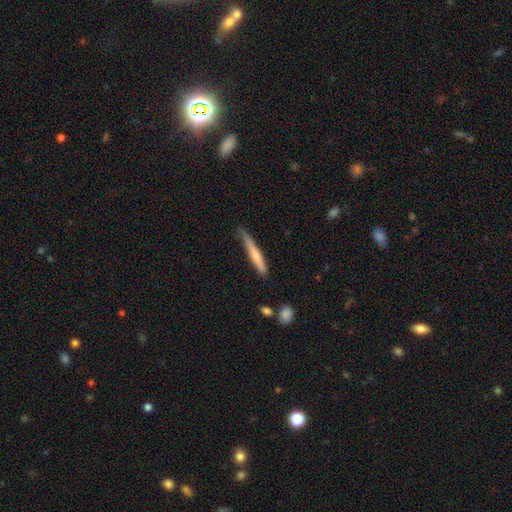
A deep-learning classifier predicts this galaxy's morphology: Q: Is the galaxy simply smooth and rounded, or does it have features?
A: smooth — 62%.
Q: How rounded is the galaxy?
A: cigar-shaped — 94%.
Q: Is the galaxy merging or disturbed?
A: none — 63%.